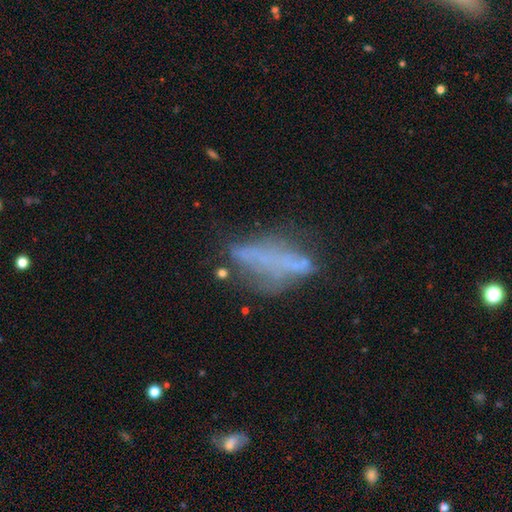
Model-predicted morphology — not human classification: The model was most divided on "merging": none: 36%, major disturbance: 29%, minor disturbance: 21%, merger: 14%. Remaining: smooth or featured — featured or disk (46%).